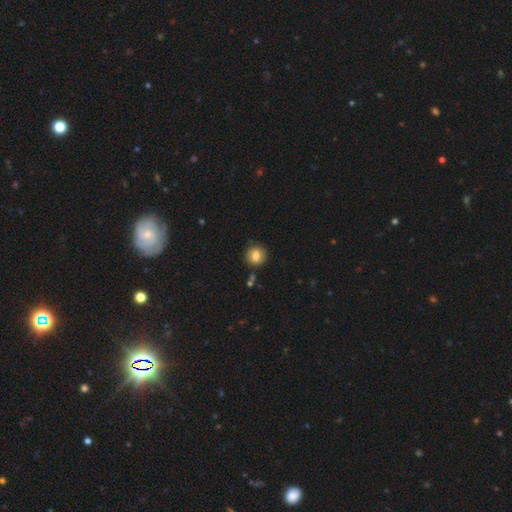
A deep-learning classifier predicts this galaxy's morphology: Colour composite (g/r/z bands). It shows a smooth galaxy with no disk features (80%) that is round (86%). Merging: none (84%).